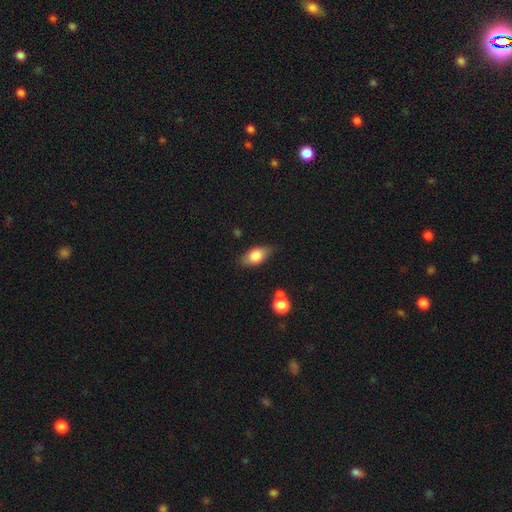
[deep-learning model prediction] A smooth galaxy with no disk features (76%) that is in between round and cigar-shaped (88%).

Vote fractions:
- Smooth or featured? smooth: 76% / featured or disk: 17% / star or artifact: 7%
- How rounded? in between: 88% / cigar-shaped: 7% / round: 6%
- Merging? none: 79% / minor disturbance: 15% / major disturbance: 3% / merger: 3%